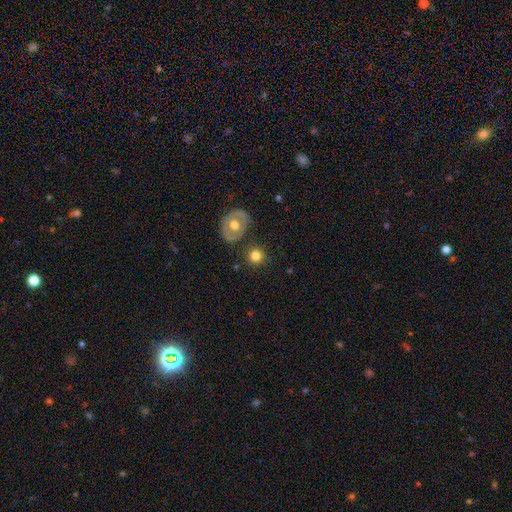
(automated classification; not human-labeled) smooth 73%, featured or disk 17%, star or artifact 9%. Down the decision tree: how rounded — round (89%); merging — none (83%).